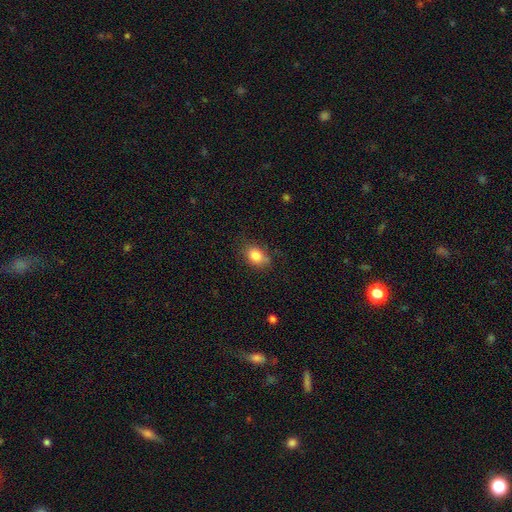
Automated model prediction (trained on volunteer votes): smooth 83%, star or artifact 9%, featured or disk 8%. Down the decision tree: how rounded — in between (70%); merging — none (72%).